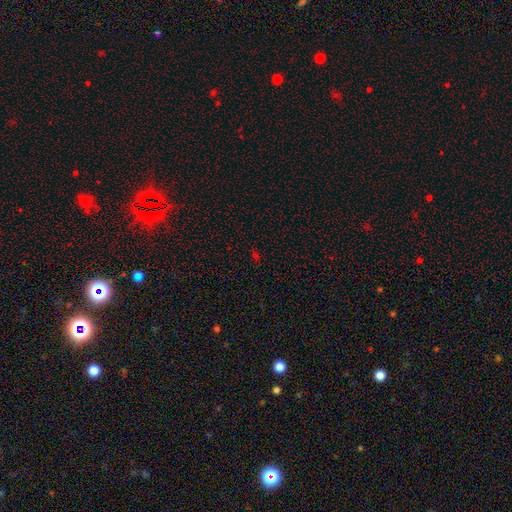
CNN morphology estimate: The model was most divided on "smooth or featured": star or artifact: 56%, smooth: 37%, featured or disk: 7%.